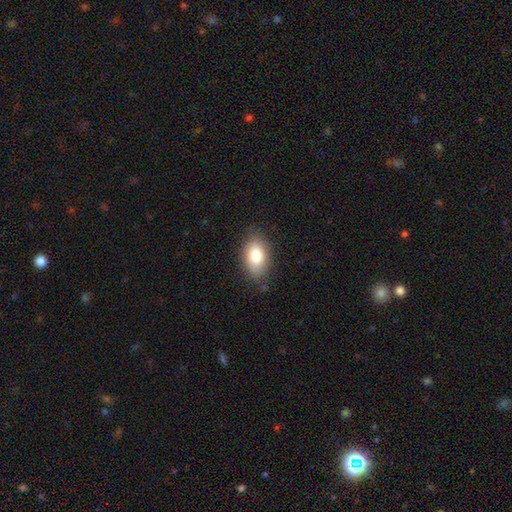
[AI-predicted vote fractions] The model was most divided on "smooth or featured": smooth: 80%, featured or disk: 12%, star or artifact: 8%. More confident: how rounded — in between (89%); merging — none (82%).